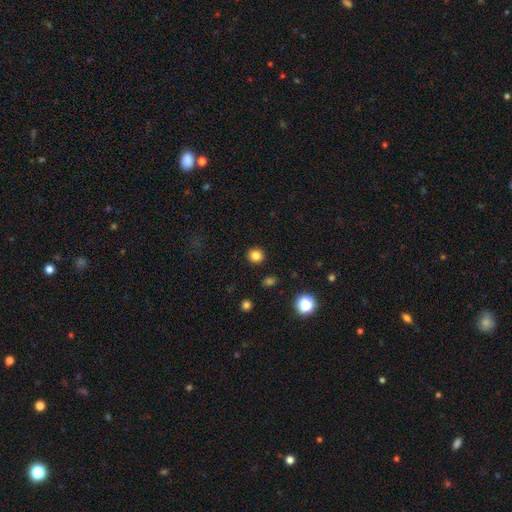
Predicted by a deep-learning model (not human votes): smooth 83%, star or artifact 12%, featured or disk 5%. Down the decision tree: how rounded — round (91%); merging — none (92%).